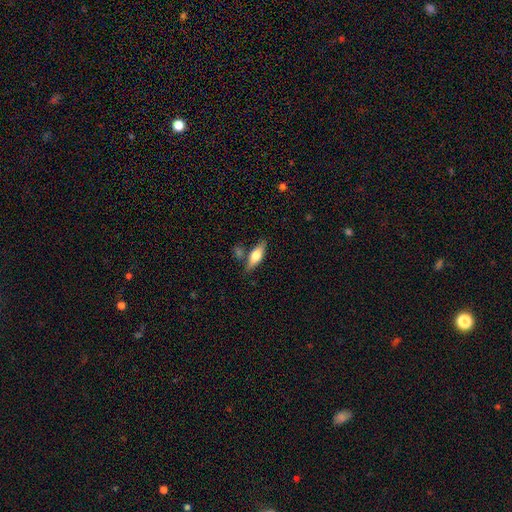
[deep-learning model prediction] smooth-or-featured: smooth: 66% | featured or disk: 28% | star or artifact: 6%
  how-rounded: in between: 61% | cigar-shaped: 36% | round: 3%
  merging: none: 73% | minor disturbance: 14% | merger: 10% | major disturbance: 4%